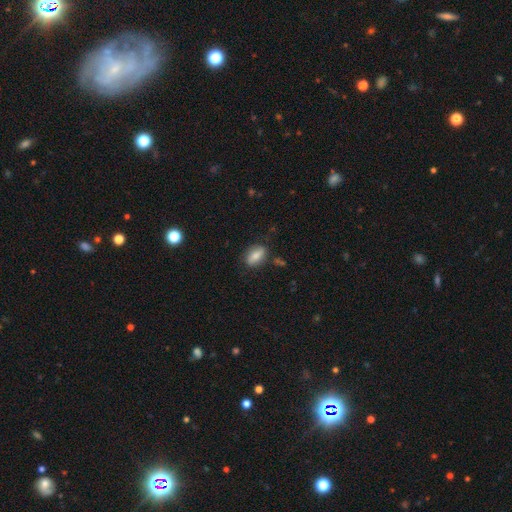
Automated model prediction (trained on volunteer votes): Smooth or featured?
  - smooth: 77% *
  - featured or disk: 15%
  - star or artifact: 8%
How rounded?
  - in between: 81% *
  - cigar-shaped: 12%
  - round: 7%
Merging?
  - none: 78% *
  - minor disturbance: 15%
  - major disturbance: 4%
  - merger: 3%